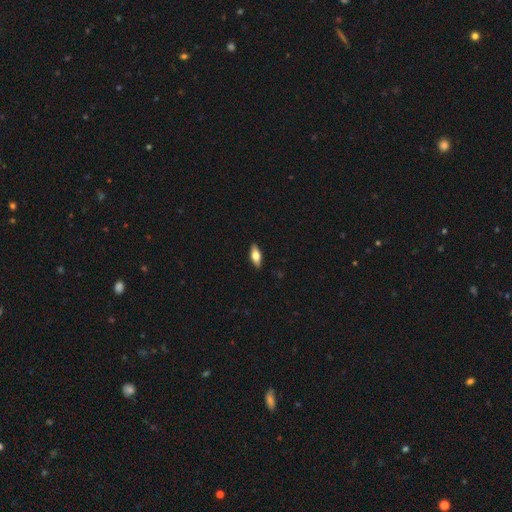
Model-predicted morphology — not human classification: A smooth galaxy with no disk features (64%) that is in between round and cigar-shaped (75%). Merging: none (90%).